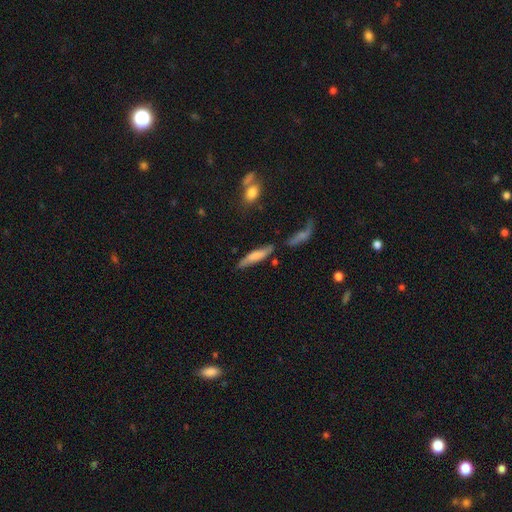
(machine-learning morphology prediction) This appears to be a smooth galaxy with no disk features (65%) that is cigar-shaped (75%). Merging: none (64%).